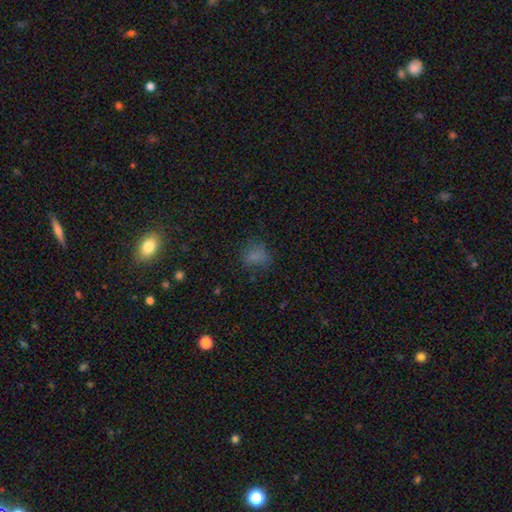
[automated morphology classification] type=smooth (71%); roundness=in between (55%); merging=none (65%).